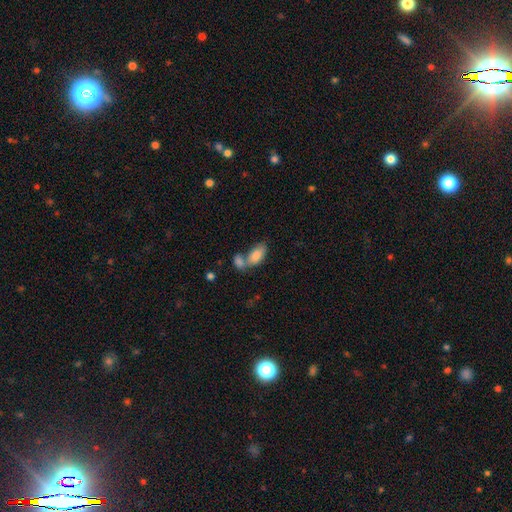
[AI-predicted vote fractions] smooth_or_featured: smooth (p=0.84) [alt: featured or disk p=0.09]
how_rounded: in between (p=0.93) [alt: round p=0.04]
merging: merger (p=0.57) [alt: none p=0.28]